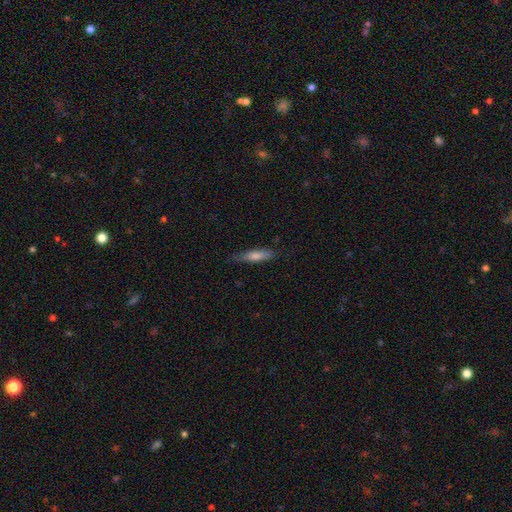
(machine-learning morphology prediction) The model was most divided on "smooth or featured": smooth: 62%, featured or disk: 31%, star or artifact: 7%. More confident: how rounded — cigar-shaped (81%); merging — none (79%).